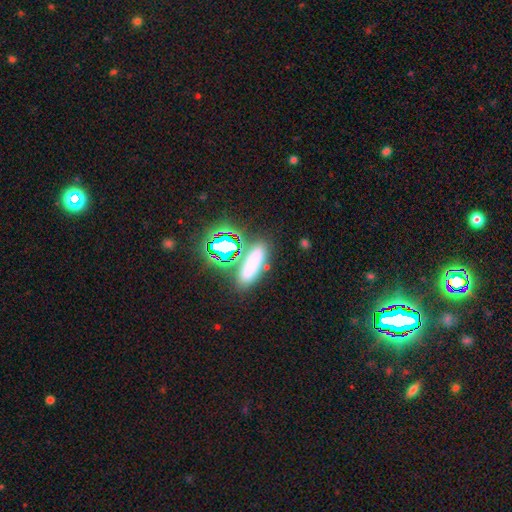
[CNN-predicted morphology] This appears to be a smooth galaxy with no disk features (61%) that is in between round and cigar-shaped (57%). Merging: none (74%).